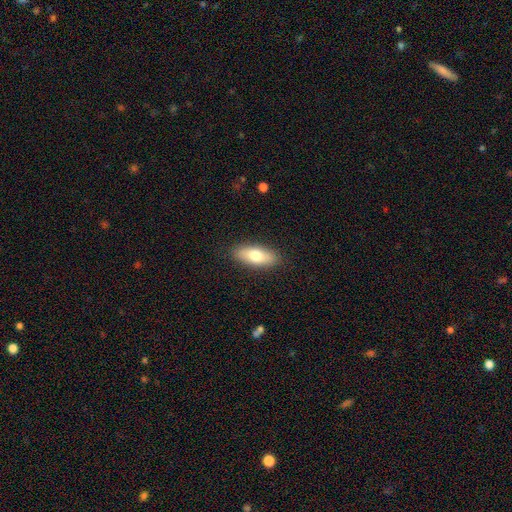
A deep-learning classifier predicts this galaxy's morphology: Smooth or featured? Predicted: smooth (p=0.74). How rounded? Predicted: in between (p=0.75). Merging? Predicted: none (p=0.88).